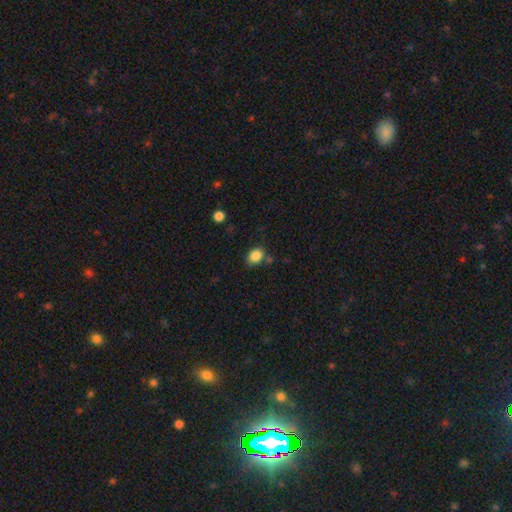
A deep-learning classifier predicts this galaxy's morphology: Q: Smooth or featured?
A: smooth (86%); runner-up: star or artifact (10%)
Q: How rounded?
A: in between (66%); runner-up: round (33%)
Q: Merging?
A: none (71%); runner-up: minor disturbance (18%)